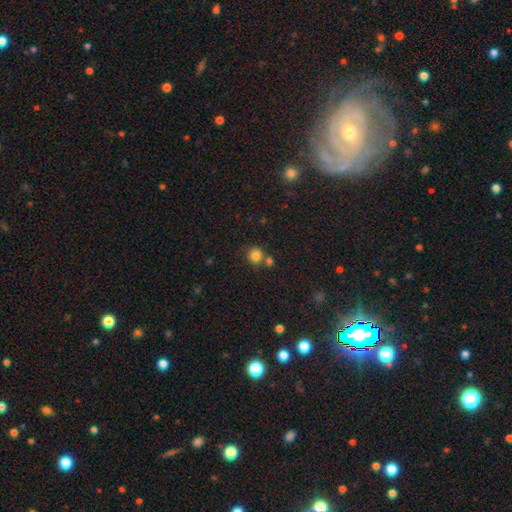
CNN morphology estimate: Smooth or featured? smooth (82%)
How rounded? round (88%)
Merging? none (65%)